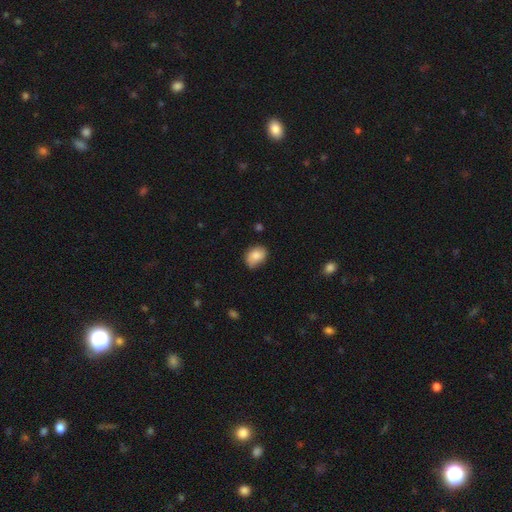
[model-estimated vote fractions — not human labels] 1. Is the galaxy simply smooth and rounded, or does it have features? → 81% smooth, 11% featured or disk, 8% star or artifact.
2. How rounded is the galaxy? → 71% in between, 28% round, 1% cigar-shaped.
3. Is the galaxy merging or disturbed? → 64% none, 28% minor disturbance, 5% major disturbance, 2% merger.